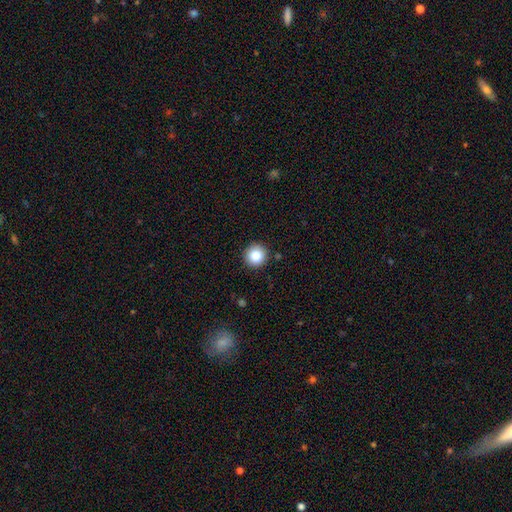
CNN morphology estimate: This appears to be a smooth galaxy with no disk features (84%) that is round (95%). Merging: none (91%).